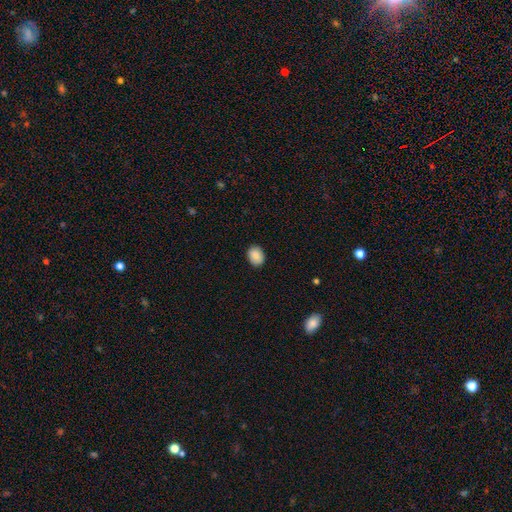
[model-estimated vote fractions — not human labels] Smooth or featured?
  - smooth: 89% *
  - star or artifact: 7%
  - featured or disk: 4%
How rounded?
  - in between: 54% *
  - round: 45%
  - cigar-shaped: 1%
Merging?
  - none: 89% *
  - minor disturbance: 8%
  - major disturbance: 2%
  - merger: 1%